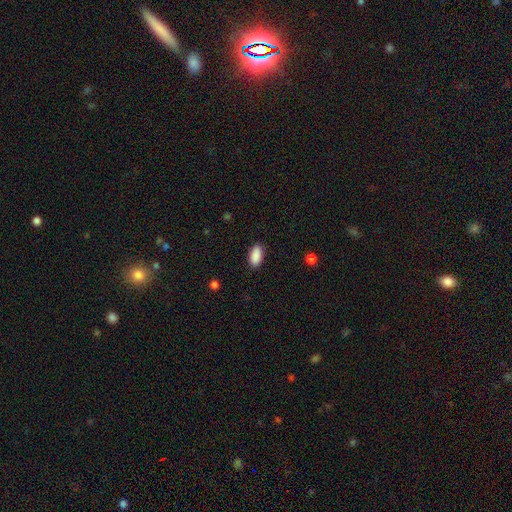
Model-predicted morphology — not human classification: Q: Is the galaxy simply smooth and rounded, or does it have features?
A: smooth — 90%.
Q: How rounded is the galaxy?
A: in between — 93%.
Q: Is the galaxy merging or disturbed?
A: none — 88%.